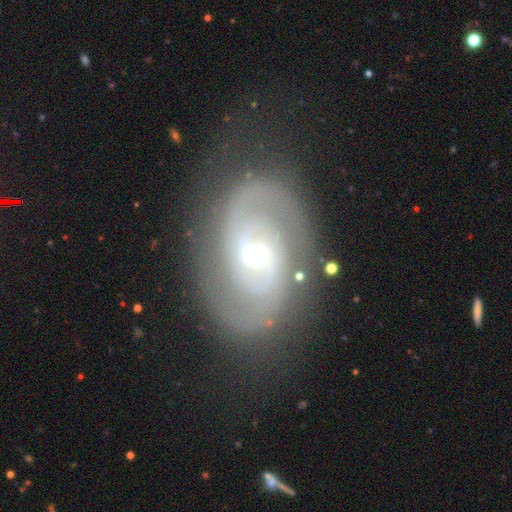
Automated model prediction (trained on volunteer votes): A featured or disk galaxy (87%) with no bar (57%), 2 (86%) tight (48%) spiral arms (95%) and a moderate central bulge (58%).

Vote fractions:
- Smooth or featured? featured or disk: 87% / smooth: 7% / star or artifact: 6%
- Edge-on disk? no: 97% / yes: 3%
- Bar? no: 57% / weak: 33% / strong: 11%
- Spiral arms? yes: 95% / no: 5%
- Spiral winding? tight: 48% / medium: 40% / loose: 12%
- Spiral arm count? 2: 86% / can't tell: 6% / 3: 3% / 1: 2% / 4: 1% / more than 4: 1%
- Bulge size? moderate: 58% / small: 36% / large: 4% / dominant: 1% / none: 1%
- Merging? none: 76% / minor disturbance: 14% / major disturbance: 8% / merger: 2%